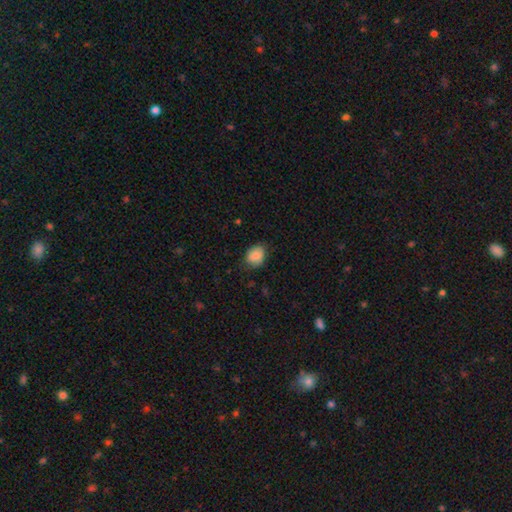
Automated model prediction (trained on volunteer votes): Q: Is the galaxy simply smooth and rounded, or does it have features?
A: smooth — 80%.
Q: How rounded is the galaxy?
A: in between — 59%.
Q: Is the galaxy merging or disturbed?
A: none — 73%.